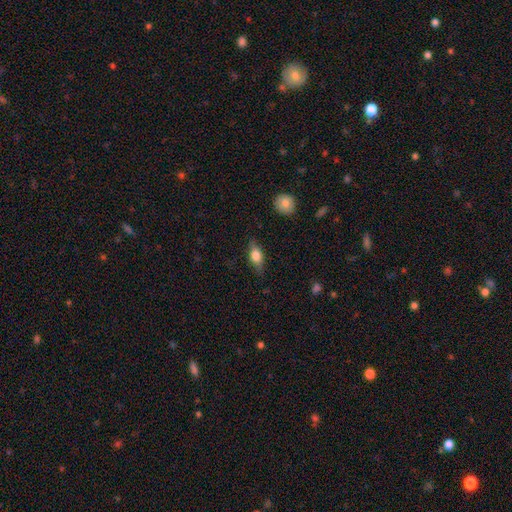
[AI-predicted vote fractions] This is possibly a smooth galaxy (59%). How rounded: likely in between (72%). Merging: likely none (80%).